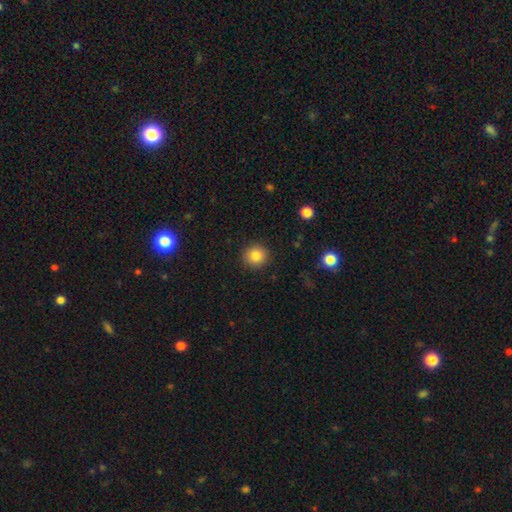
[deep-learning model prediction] Smooth or featured: smooth — 83% (star or artifact — 10%)
How rounded: round — 92% (in between — 7%)
Merging: none — 91% (minor disturbance — 6%)